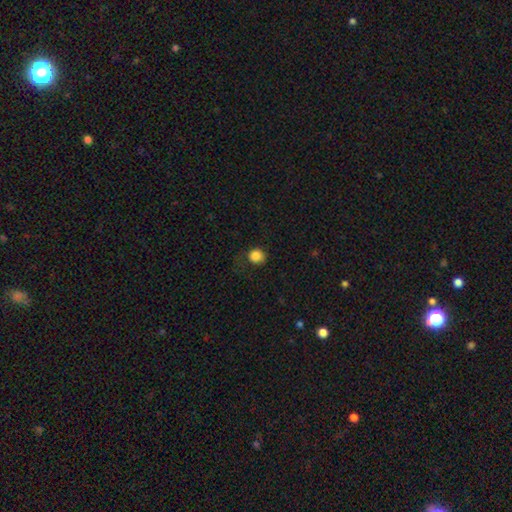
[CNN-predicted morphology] Smooth or featured: smooth — 85% (star or artifact — 11%)
How rounded: round — 86% (in between — 13%)
Merging: none — 72% (minor disturbance — 18%)